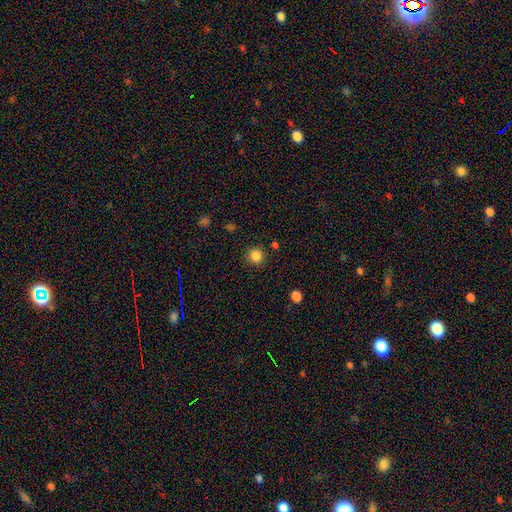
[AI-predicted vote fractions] A smooth galaxy with no disk features (84%) that is round (90%). Merging: none (87%).